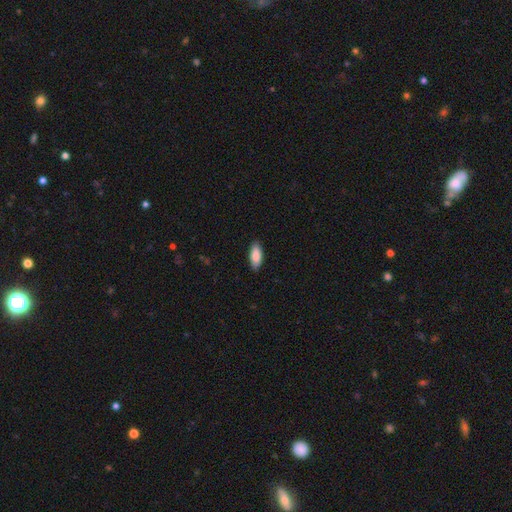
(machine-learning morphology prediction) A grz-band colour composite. It shows a smooth galaxy with no disk features (87%) that is in between round and cigar-shaped (82%). Merging: none (88%).